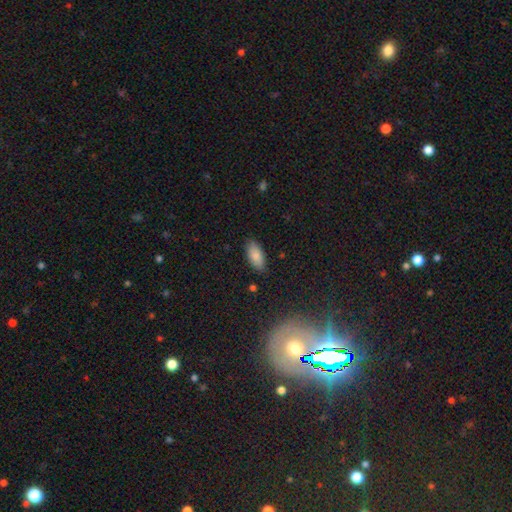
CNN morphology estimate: Smooth or featured: smooth — 85% (featured or disk — 8%)
How rounded: in between — 88% (cigar-shaped — 9%)
Merging: none — 86% (minor disturbance — 11%)